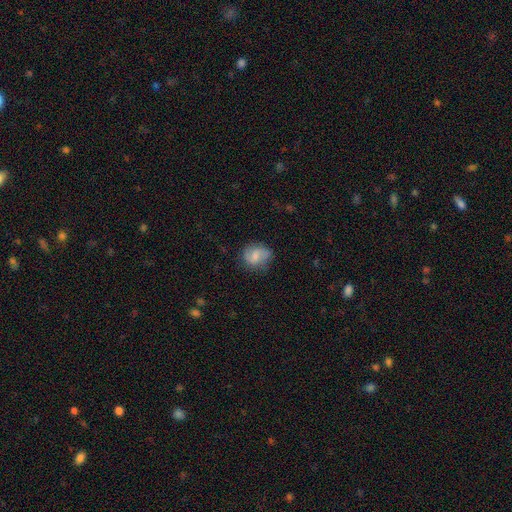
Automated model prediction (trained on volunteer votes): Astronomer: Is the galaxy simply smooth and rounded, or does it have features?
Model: smooth — 55% (runner-up: featured or disk, 37%).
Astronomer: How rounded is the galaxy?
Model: round — 68%.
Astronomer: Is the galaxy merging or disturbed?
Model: none — 70%.